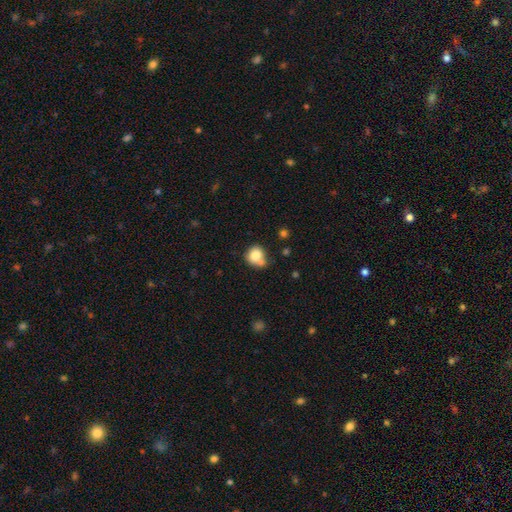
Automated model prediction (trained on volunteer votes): smooth-or-featured: smooth: 81% | featured or disk: 10% | star or artifact: 9%
  how-rounded: round: 75% | in between: 24% | cigar-shaped: 1%
  merging: none: 48% | merger: 27% | minor disturbance: 19% | major disturbance: 6%